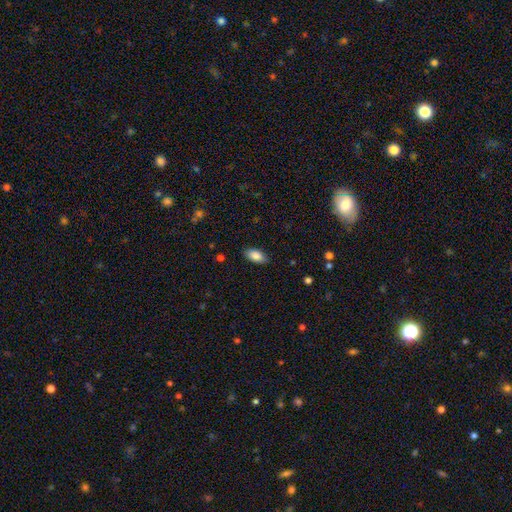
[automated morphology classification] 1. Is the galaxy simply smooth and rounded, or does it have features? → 85% smooth, 8% featured or disk, 7% star or artifact.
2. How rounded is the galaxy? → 93% in between, 4% cigar-shaped, 3% round.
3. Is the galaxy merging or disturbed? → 87% none, 10% minor disturbance, 2% major disturbance, 1% merger.